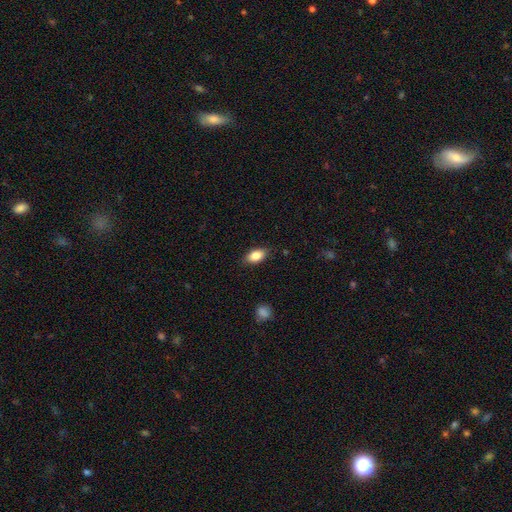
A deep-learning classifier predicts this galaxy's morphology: This appears to be a smooth galaxy with no disk features (84%) that is in between round and cigar-shaped (89%). Merging: none (84%).